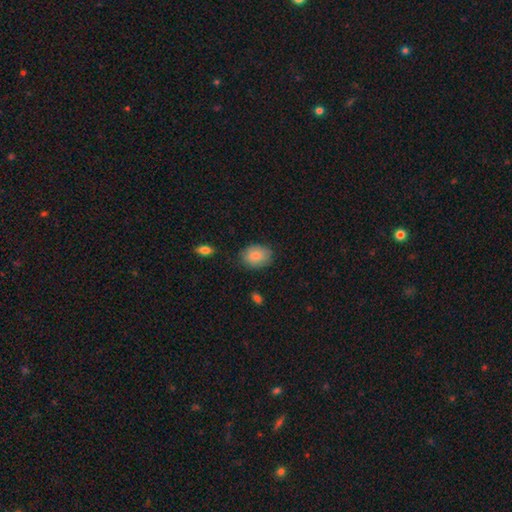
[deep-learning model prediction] Smooth or featured: smooth — 85% (featured or disk — 8%)
How rounded: in between — 65% (round — 33%)
Merging: none — 78% (minor disturbance — 17%)